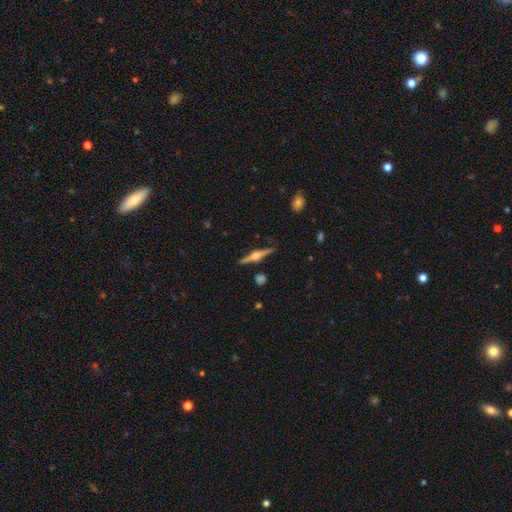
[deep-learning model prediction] This is clearly a featured or disk galaxy (80%). It is clearly viewed edge-on (98%). Edge-on bulge: clearly rounded (92%). Merging: clearly none (89%).